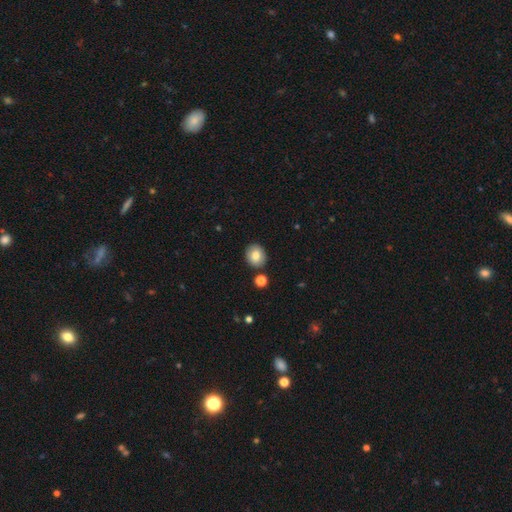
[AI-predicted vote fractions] Smooth or featured: smooth — 81% (featured or disk — 10%)
How rounded: round — 70% (in between — 29%)
Merging: none — 86% (minor disturbance — 8%)